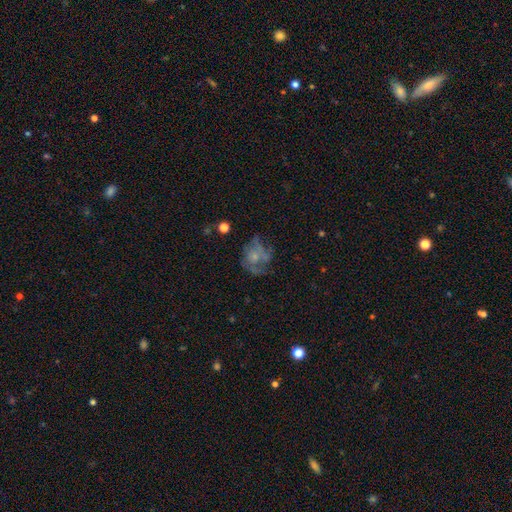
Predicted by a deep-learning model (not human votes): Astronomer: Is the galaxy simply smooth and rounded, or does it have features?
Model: featured or disk — 53% (runner-up: smooth, 35%).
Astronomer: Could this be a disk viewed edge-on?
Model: no — 97%.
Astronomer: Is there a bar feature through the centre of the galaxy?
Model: no — 87%.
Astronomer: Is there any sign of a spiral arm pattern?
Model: no — 55% (runner-up: yes, 45%).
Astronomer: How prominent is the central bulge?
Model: small — 57%.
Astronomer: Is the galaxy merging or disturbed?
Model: none — 43% (runner-up: major disturbance, 31%).